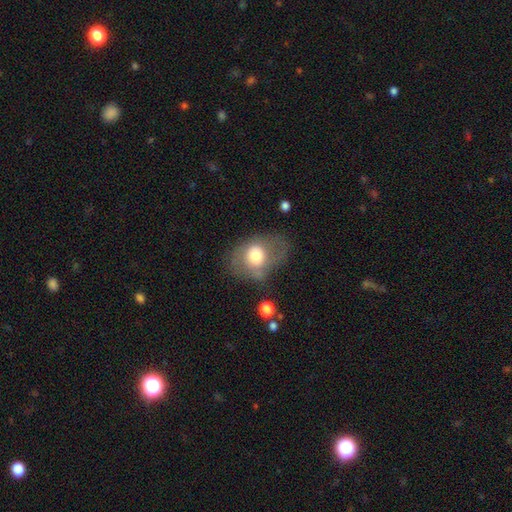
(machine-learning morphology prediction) type=smooth (61%); roundness=in between (57%); merging=none (48%).